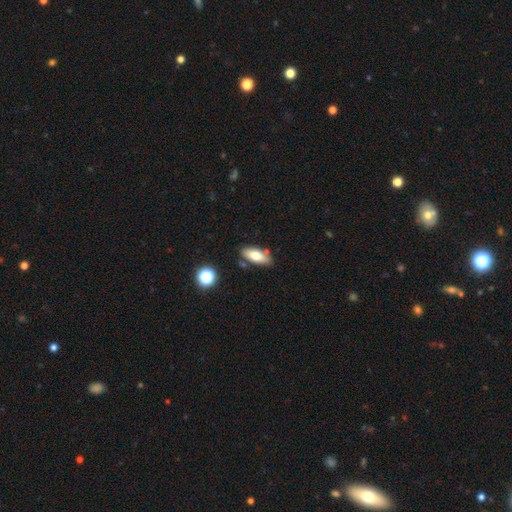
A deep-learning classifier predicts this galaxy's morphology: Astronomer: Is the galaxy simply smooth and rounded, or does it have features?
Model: smooth — 73%.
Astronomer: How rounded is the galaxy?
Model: in between — 79%.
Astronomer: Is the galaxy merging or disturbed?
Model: none — 77%.